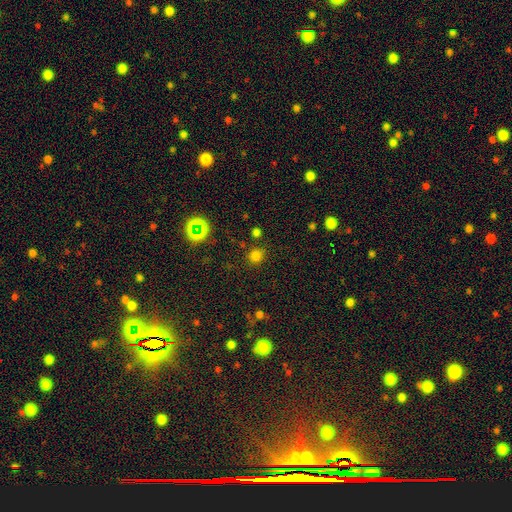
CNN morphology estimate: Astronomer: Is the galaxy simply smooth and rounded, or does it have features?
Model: smooth — 72%.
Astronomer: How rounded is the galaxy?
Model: round — 88%.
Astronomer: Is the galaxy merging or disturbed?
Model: none — 83%.